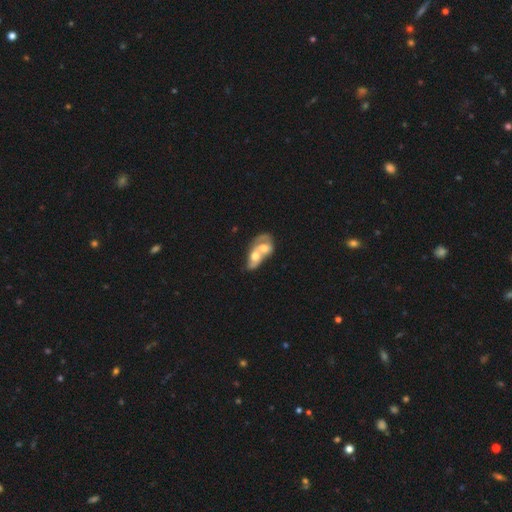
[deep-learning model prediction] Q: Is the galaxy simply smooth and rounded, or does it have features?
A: featured or disk — 53%.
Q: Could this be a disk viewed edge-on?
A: no — 95%.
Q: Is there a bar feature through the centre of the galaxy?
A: no — 82%.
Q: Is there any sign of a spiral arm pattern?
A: no — 61%.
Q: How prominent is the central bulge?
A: moderate — 57%.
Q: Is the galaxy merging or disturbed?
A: merger — 84%.